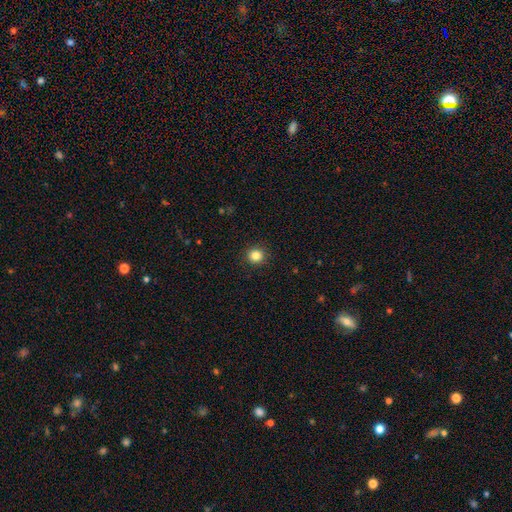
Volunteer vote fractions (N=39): smooth_or_featured: smooth (p=0.85) [alt: featured or disk p=0.08]
how_rounded: round (p=0.85) [alt: in between p=0.15]
merging: none (p=0.92) [alt: minor disturbance p=0.06]